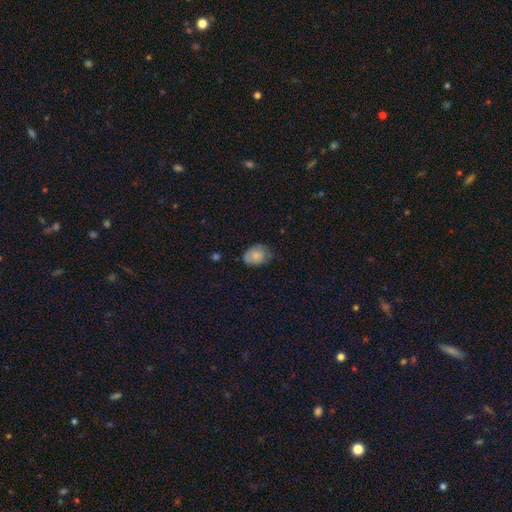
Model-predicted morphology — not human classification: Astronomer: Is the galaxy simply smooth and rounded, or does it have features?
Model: smooth — 79%.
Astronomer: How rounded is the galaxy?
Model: in between — 64%.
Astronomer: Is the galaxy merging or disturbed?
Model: none — 58%.